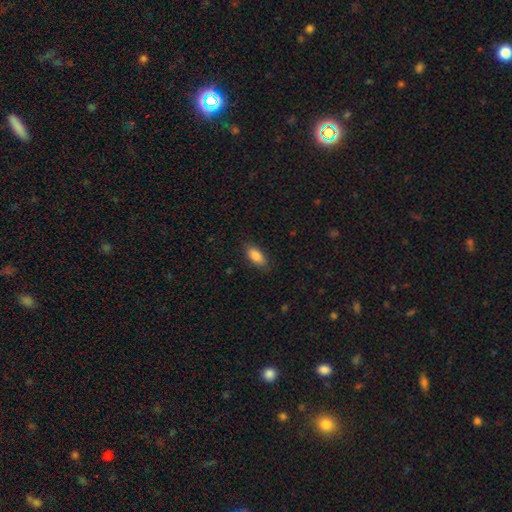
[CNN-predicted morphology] Smooth or featured? Predicted: smooth (p=0.86). How rounded? Predicted: in between (p=0.88). Merging? Predicted: none (p=0.84).